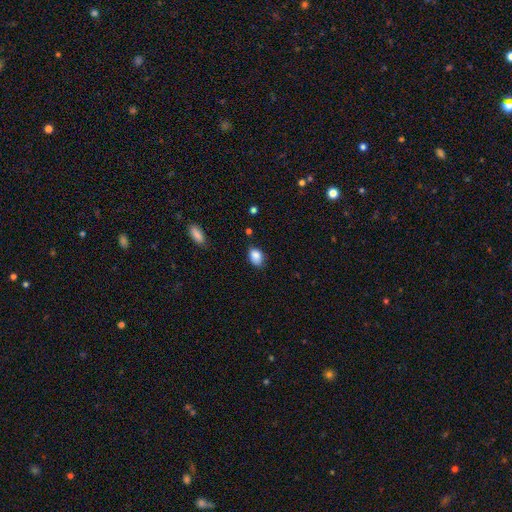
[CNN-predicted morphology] type=smooth (87%); roundness=in between (79%); merging=none (72%).